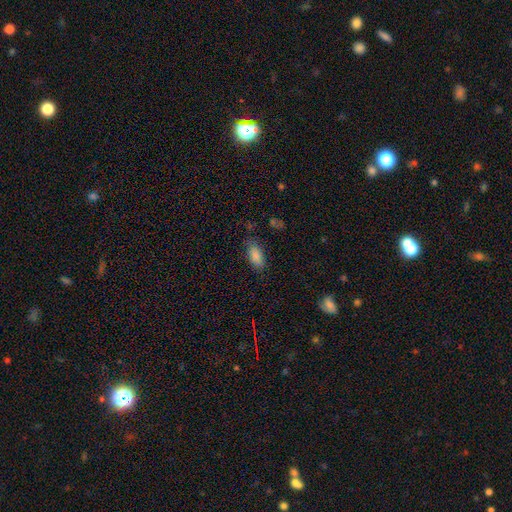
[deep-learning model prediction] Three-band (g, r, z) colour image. It shows a smooth galaxy with no disk features (85%) that is in between round and cigar-shaped (87%). Merging: none (75%).